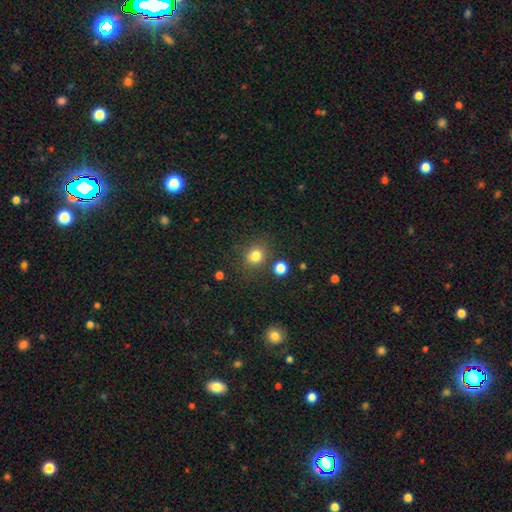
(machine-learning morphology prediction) A smooth galaxy with no disk features (80%) that is round (77%). Merging: none (78%).